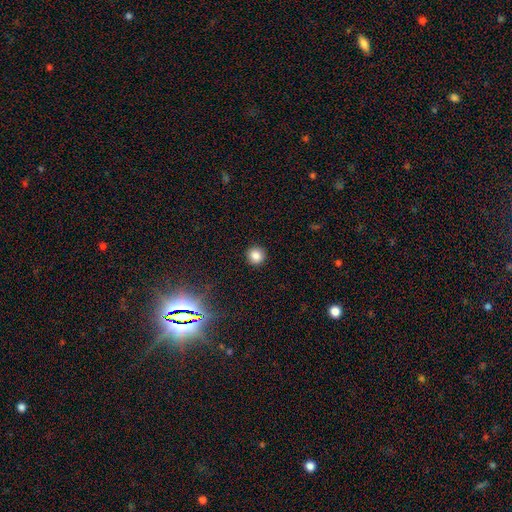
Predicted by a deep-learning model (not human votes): smooth_or_featured: smooth (p=0.84) [alt: star or artifact p=0.12]
how_rounded: round (p=0.94) [alt: in between p=0.05]
merging: none (p=0.92) [alt: minor disturbance p=0.05]